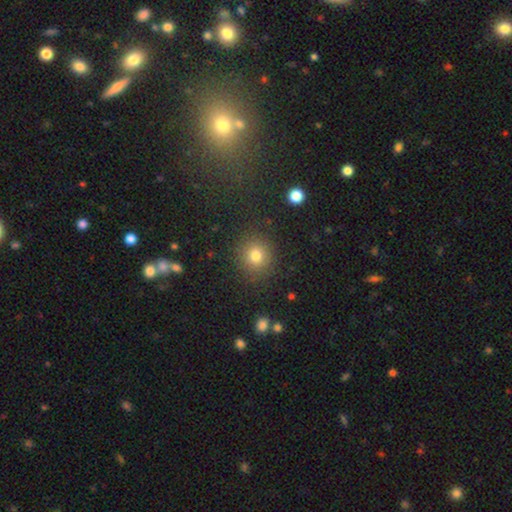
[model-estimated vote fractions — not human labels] Smooth or featured? Predicted: smooth (p=0.78). How rounded? Predicted: round (p=0.88). Merging? Predicted: none (p=0.88).